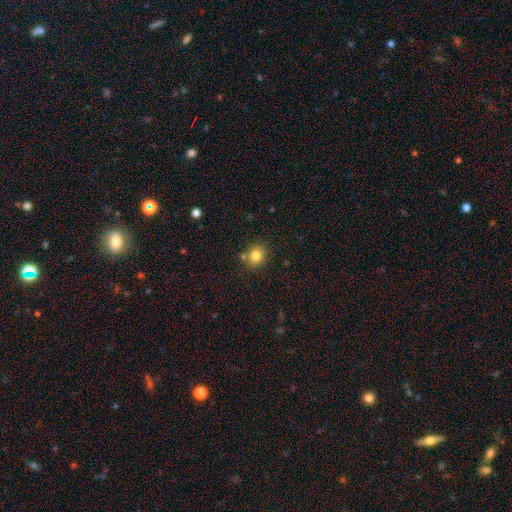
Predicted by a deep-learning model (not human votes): Q: Smooth or featured?
A: smooth (82%); runner-up: star or artifact (11%)
Q: How rounded?
A: round (67%); runner-up: in between (32%)
Q: Merging?
A: none (76%); runner-up: minor disturbance (12%)